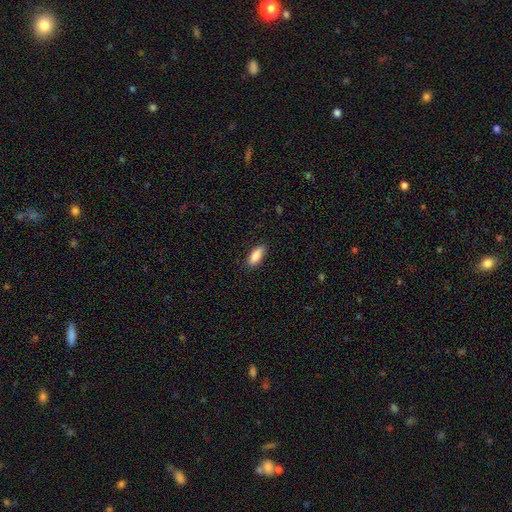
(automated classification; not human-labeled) Overall: smooth (88%). How rounded: in between (78%). Merging: none (85%).